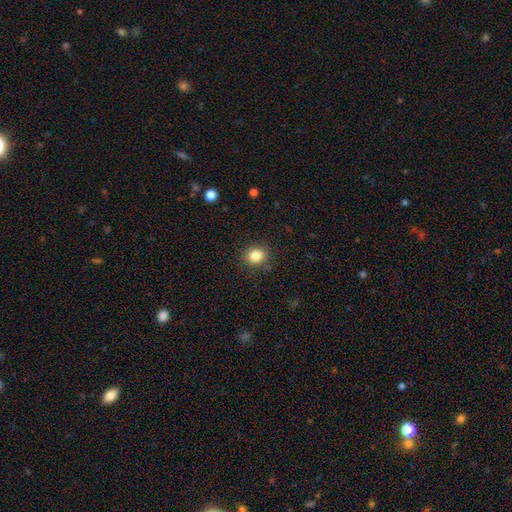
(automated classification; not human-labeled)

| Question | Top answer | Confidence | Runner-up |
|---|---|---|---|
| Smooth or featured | smooth | 83% | star or artifact (11%) |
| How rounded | round | 75% | in between (24%) |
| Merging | none | 87% | minor disturbance (9%) |